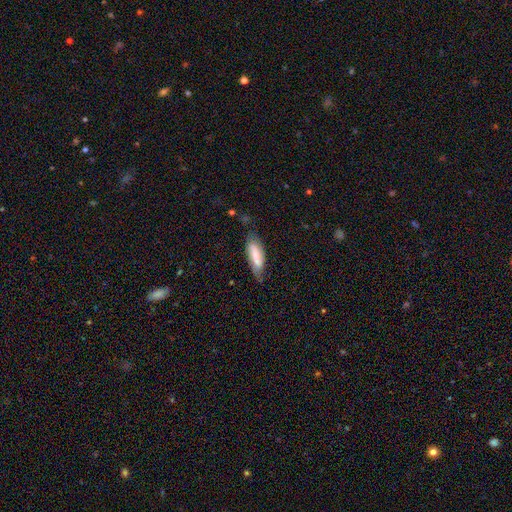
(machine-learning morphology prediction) A smooth galaxy with no disk features (54%) that is in between round and cigar-shaped (63%). Merging: none (62%).